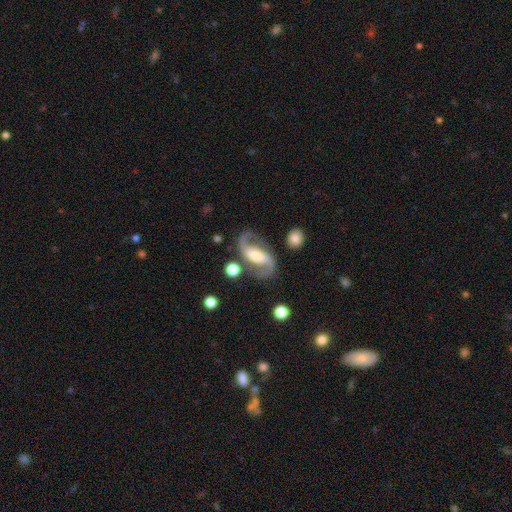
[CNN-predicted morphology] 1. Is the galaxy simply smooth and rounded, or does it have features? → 90% featured or disk, 5% smooth, 5% star or artifact.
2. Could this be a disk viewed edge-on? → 97% no, 3% yes.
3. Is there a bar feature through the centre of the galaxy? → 41% strong, 36% weak, 24% no.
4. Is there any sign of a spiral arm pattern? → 97% yes, 3% no.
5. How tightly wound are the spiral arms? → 51% medium, 36% loose, 12% tight.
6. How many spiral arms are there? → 94% 2, 2% can't tell, 2% 1, 1% 3, 1% 4, 1% more than 4.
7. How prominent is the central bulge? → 50% moderate, 36% small, 9% large, 3% none, 2% dominant.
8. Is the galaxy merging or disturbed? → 78% none, 12% minor disturbance, 6% major disturbance, 4% merger.